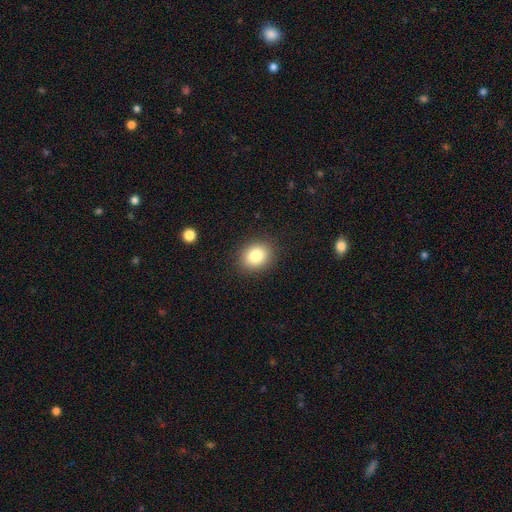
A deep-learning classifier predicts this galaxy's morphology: smooth_or_featured: smooth (p=0.83) [alt: star or artifact p=0.10]
how_rounded: round (p=0.61) [alt: in between p=0.39]
merging: none (p=0.89) [alt: minor disturbance p=0.07]